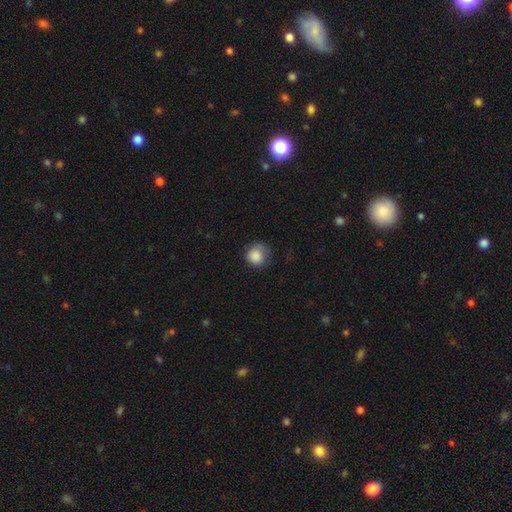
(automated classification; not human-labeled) A smooth galaxy with no disk features (86%) that is round (88%).

Vote fractions:
- Smooth or featured? smooth: 86% / star or artifact: 8% / featured or disk: 6%
- How rounded? round: 88% / in between: 11% / cigar-shaped: 1%
- Merging? none: 61% / minor disturbance: 27% / major disturbance: 11% / merger: 1%